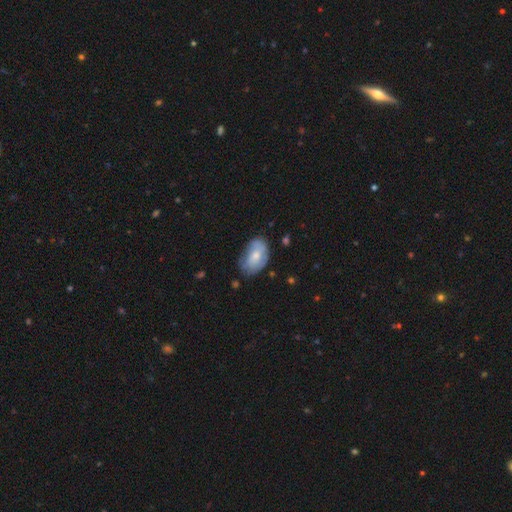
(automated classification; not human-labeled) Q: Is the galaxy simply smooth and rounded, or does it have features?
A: smooth — 59%.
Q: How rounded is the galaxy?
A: in between — 90%.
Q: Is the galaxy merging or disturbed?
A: none — 59%.